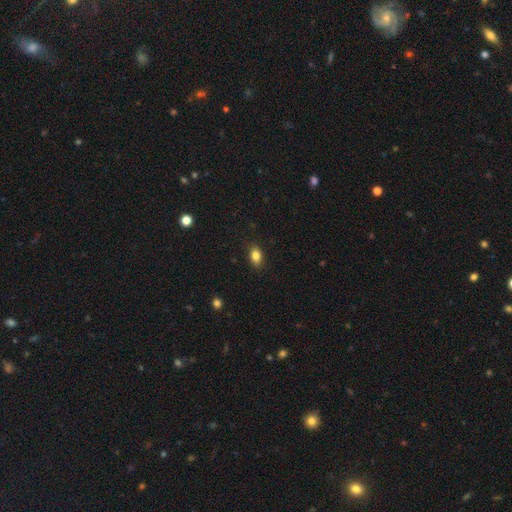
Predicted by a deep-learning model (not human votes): Overall: smooth (84%). How rounded: in between (83%). Merging: none (87%).